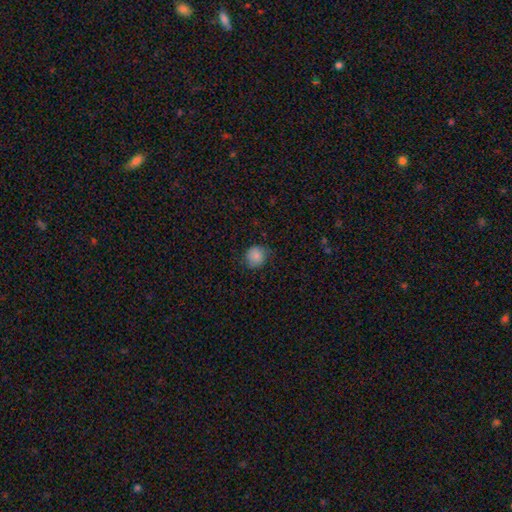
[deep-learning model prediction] A smooth galaxy with no disk features (86%) that is round (86%). Merging: none (77%).